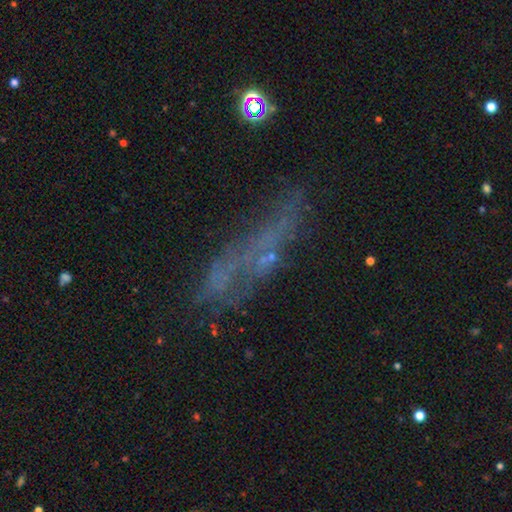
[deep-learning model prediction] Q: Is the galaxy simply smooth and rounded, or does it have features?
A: featured or disk — 40%.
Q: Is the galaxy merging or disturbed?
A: none — 50%.